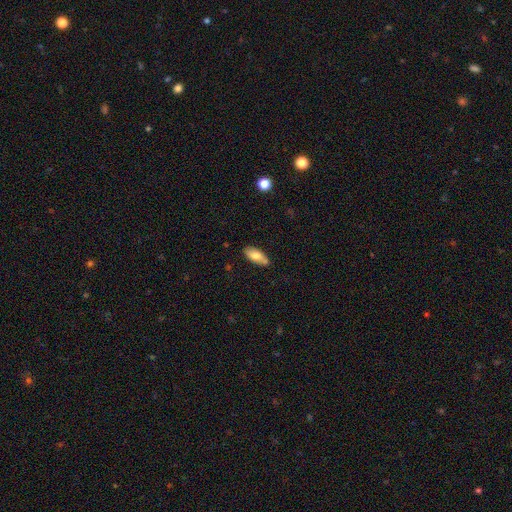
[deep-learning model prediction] smooth-or-featured: smooth: 72% | featured or disk: 21% | star or artifact: 7%
  how-rounded: in between: 84% | cigar-shaped: 14% | round: 2%
  merging: none: 72% | minor disturbance: 18% | merger: 7% | major disturbance: 3%